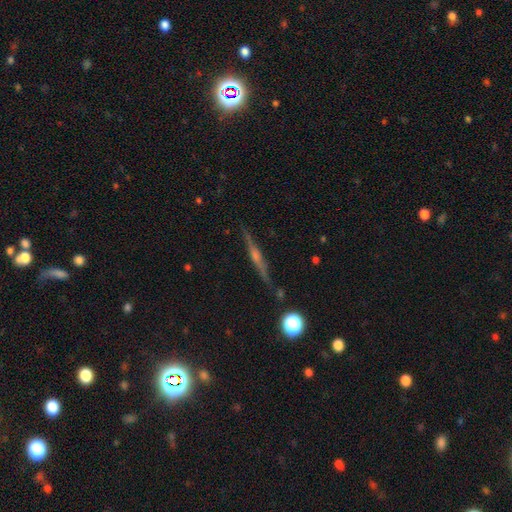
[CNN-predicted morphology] Overall: featured or disk (75%). Edge-on disk: yes (98%). Edge-on bulge: rounded (77%). Merging: none (89%).